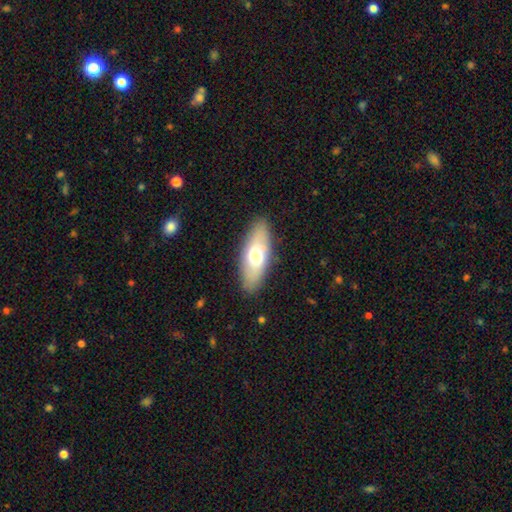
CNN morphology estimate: A smooth galaxy with no disk features (62%) that is in between round and cigar-shaped (78%).

Vote fractions:
- Smooth or featured? smooth: 62% / featured or disk: 31% / star or artifact: 6%
- How rounded? in between: 78% / cigar-shaped: 19% / round: 3%
- Merging? none: 86% / minor disturbance: 10% / major disturbance: 3% / merger: 1%